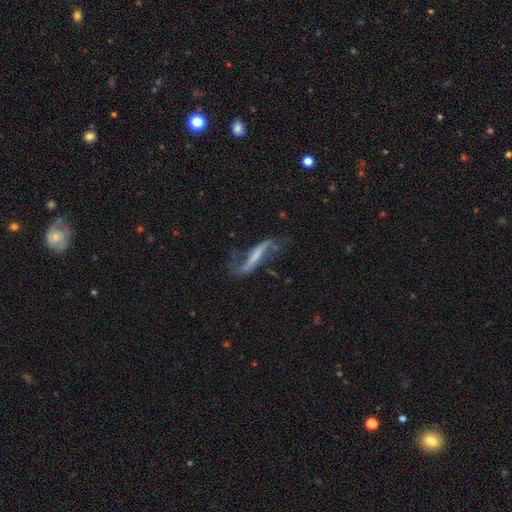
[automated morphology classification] A featured or disk galaxy (75%) with a strong bar (47%), spiral arms (85%) and no central bulge (44%).

Vote fractions:
- Smooth or featured? featured or disk: 75% / smooth: 17% / star or artifact: 8%
- Edge-on disk? no: 75% / yes: 25%
- Bar? strong: 47% / weak: 28% / no: 25%
- Spiral arms? yes: 85% / no: 15%
- Bulge size? none: 44% / small: 35% / moderate: 15% / large: 3% / dominant: 2%
- Merging? none: 50% / major disturbance: 24% / minor disturbance: 21% / merger: 5%